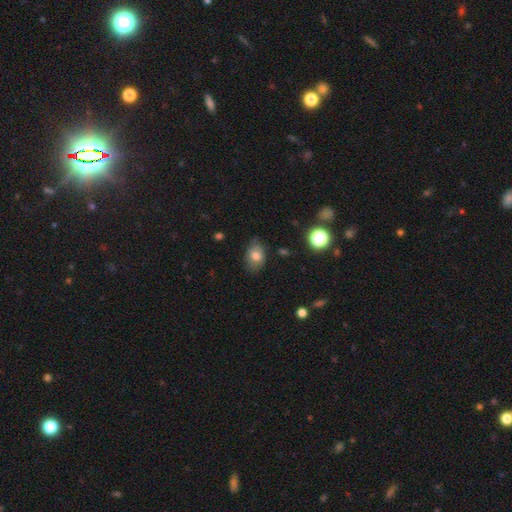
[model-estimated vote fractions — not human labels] Overall: smooth (75%). How rounded: in between (74%). Merging: none (73%).